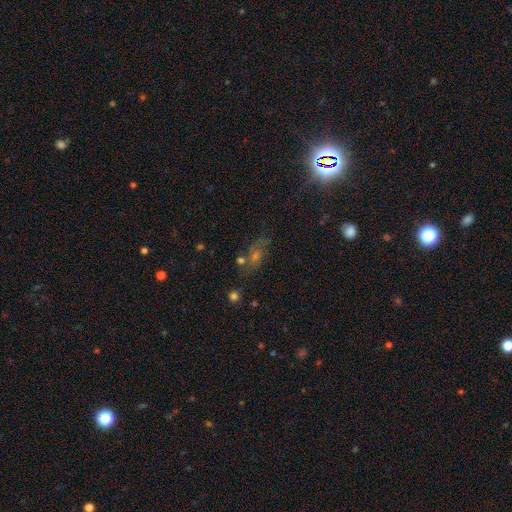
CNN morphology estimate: Smooth or featured? Predicted: star or artifact (p=0.39).